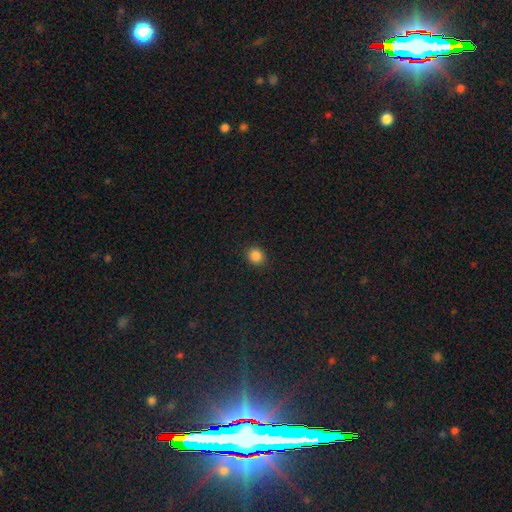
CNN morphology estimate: smooth 86%, star or artifact 11%, featured or disk 3%. Down the decision tree: how rounded — round (79%); merging — none (90%).